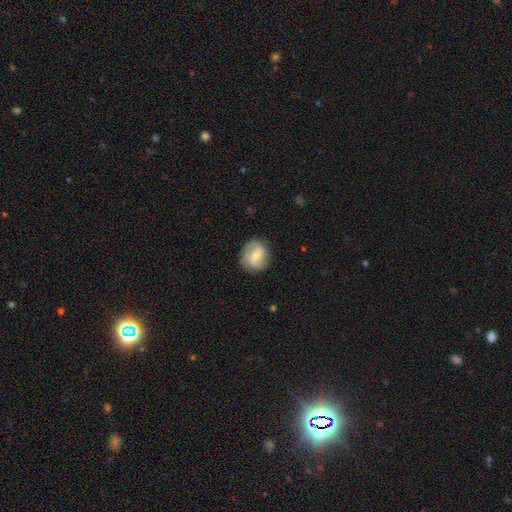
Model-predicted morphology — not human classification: The model was most divided on "smooth or featured": featured or disk: 51%, smooth: 42%, star or artifact: 7%. More confident: edge-on disk — no (97%); merging — none (82%).